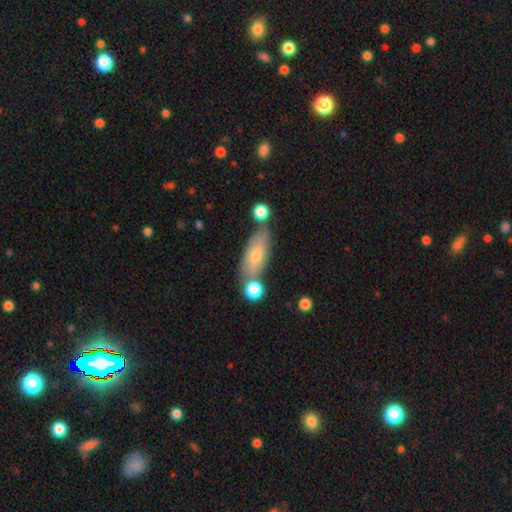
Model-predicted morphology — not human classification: Smooth or featured: smooth — 60% (featured or disk — 33%)
How rounded: in between — 73% (cigar-shaped — 24%)
Merging: none — 63% (minor disturbance — 17%)